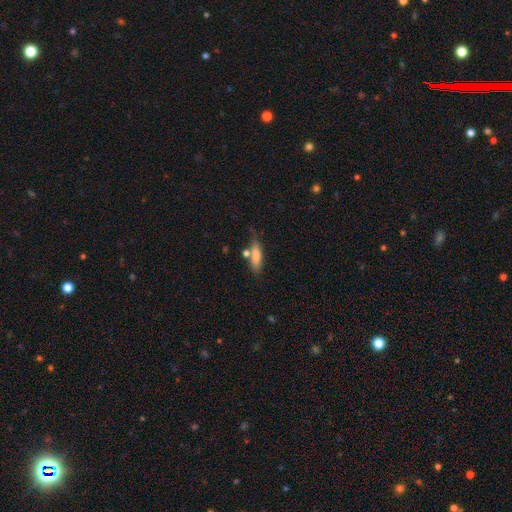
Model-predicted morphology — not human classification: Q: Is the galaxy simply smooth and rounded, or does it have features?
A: smooth — 75%.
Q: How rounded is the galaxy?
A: cigar-shaped — 52%.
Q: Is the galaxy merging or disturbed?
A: none — 57%.